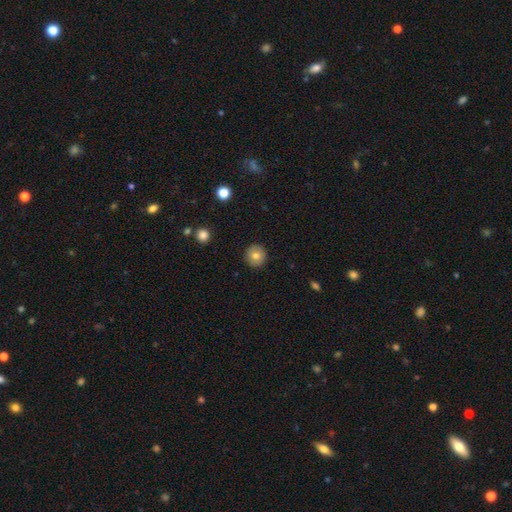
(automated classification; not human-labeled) Smooth or featured?
  - smooth: 77% *
  - featured or disk: 14%
  - star or artifact: 9%
How rounded?
  - round: 92% *
  - in between: 7%
  - cigar-shaped: 1%
Merging?
  - none: 91% *
  - minor disturbance: 6%
  - major disturbance: 2%
  - merger: 1%